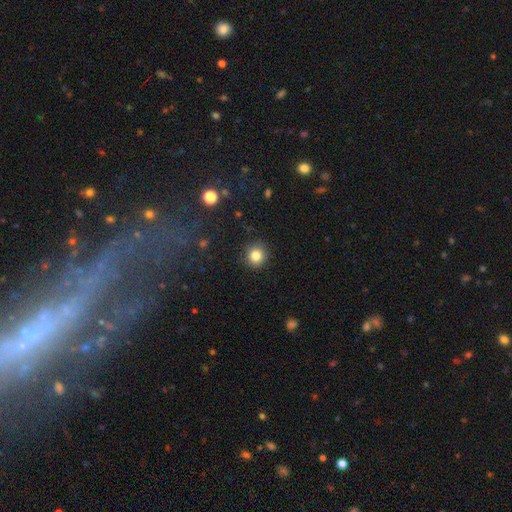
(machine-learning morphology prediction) type=smooth (83%); roundness=round (92%); merging=none (90%).